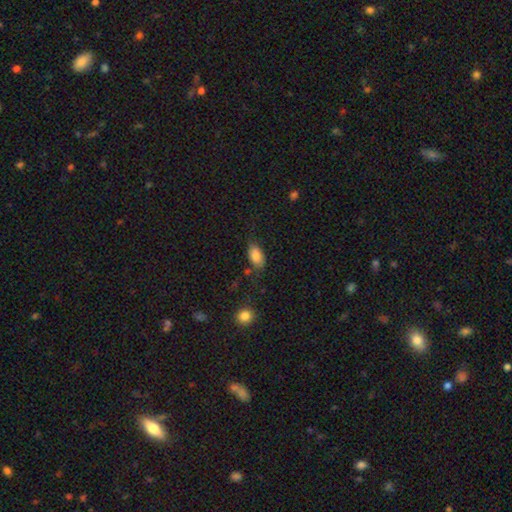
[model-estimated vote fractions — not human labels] Morphology: type=smooth (84%); roundness=in between (91%); merging=none (65%).